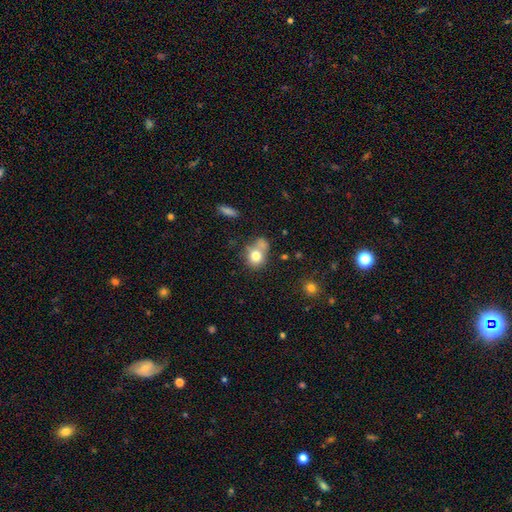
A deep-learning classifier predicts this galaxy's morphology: smooth_or_featured: smooth (p=0.76) [alt: featured or disk p=0.13]
how_rounded: round (p=0.62) [alt: in between p=0.36]
merging: none (p=0.41) [alt: merger p=0.33]